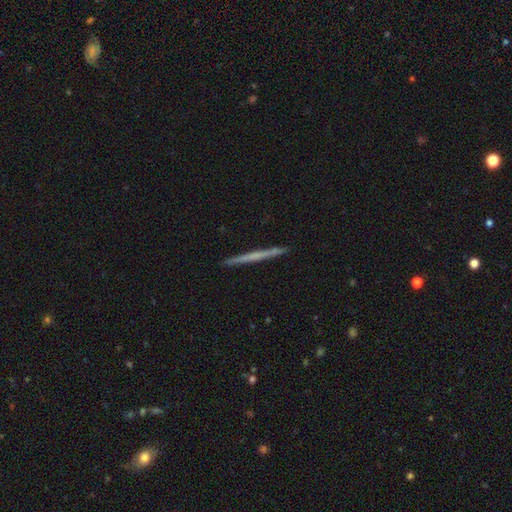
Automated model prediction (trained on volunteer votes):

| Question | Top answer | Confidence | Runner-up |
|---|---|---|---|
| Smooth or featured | featured or disk | 53% | smooth (41%) |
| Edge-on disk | yes | 98% | no (2%) |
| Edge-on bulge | none | 88% | rounded (8%) |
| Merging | none | 92% | minor disturbance (5%) |